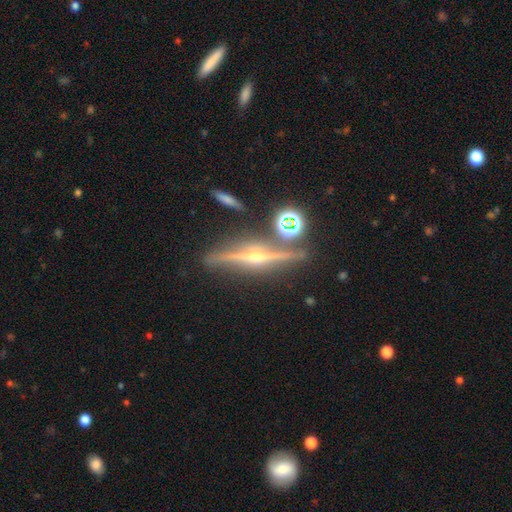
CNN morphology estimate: The model was most divided on "smooth or featured": featured or disk: 84%, star or artifact: 9%, smooth: 7%. More confident: edge-on disk — yes (97%); edge-on bulge — rounded (94%); merging — none (84%).